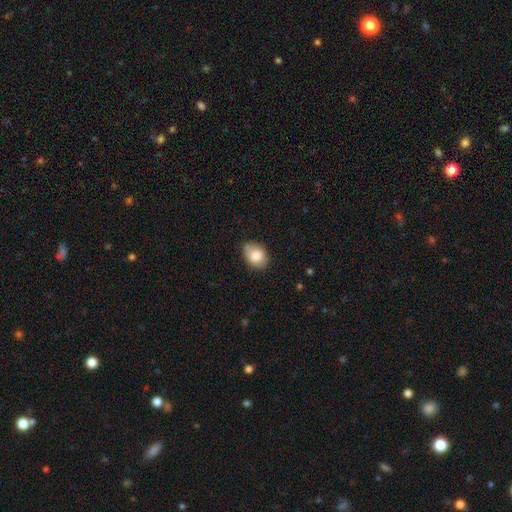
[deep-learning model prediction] The model was most divided on "how rounded": in between: 72%, round: 26%, cigar-shaped: 1%. More confident: smooth or featured — smooth (83%); merging — none (73%).